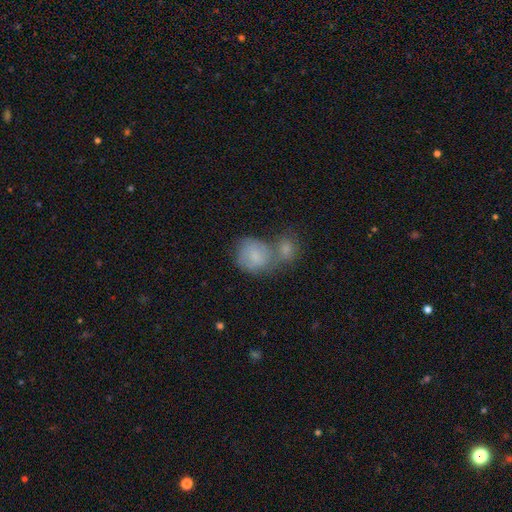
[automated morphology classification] Smooth or featured: smooth — 72% (featured or disk — 19%)
How rounded: round — 67% (in between — 32%)
Merging: merger — 54% (none — 28%)